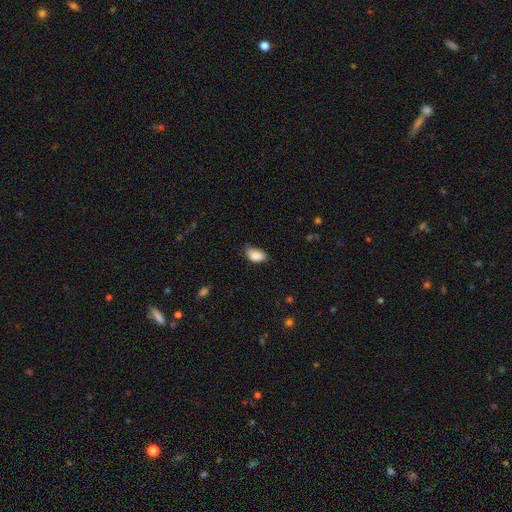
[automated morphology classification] smooth-or-featured: smooth: 87% | star or artifact: 7% | featured or disk: 5%
  how-rounded: in between: 92% | round: 6% | cigar-shaped: 2%
  merging: none: 60% | minor disturbance: 32% | major disturbance: 6% | merger: 2%